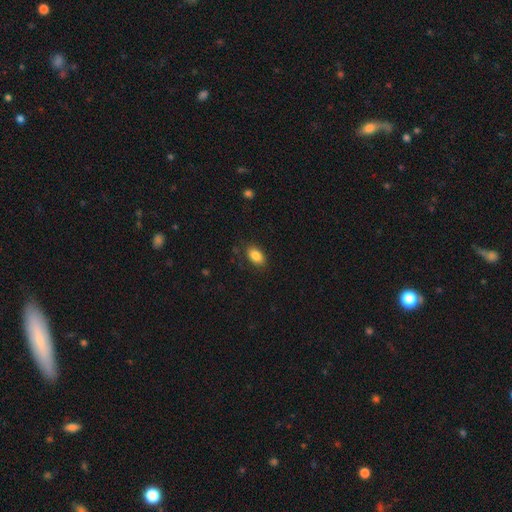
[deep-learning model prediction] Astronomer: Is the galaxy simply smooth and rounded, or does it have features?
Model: smooth — 85%.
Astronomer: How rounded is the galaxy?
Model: in between — 91%.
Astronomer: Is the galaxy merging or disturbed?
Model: none — 83%.